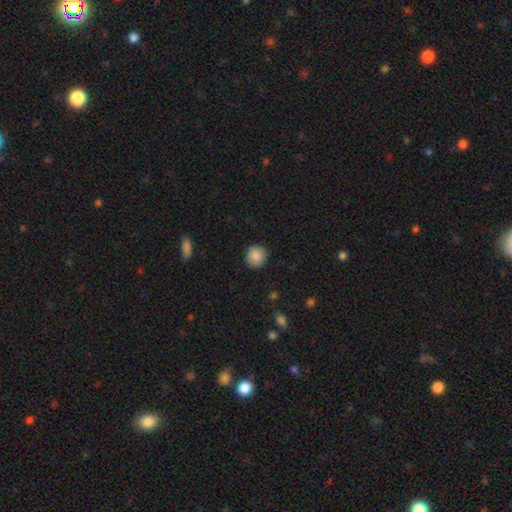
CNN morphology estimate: This appears to be a smooth galaxy with no disk features (88%) that is round (90%). Merging: none (89%).